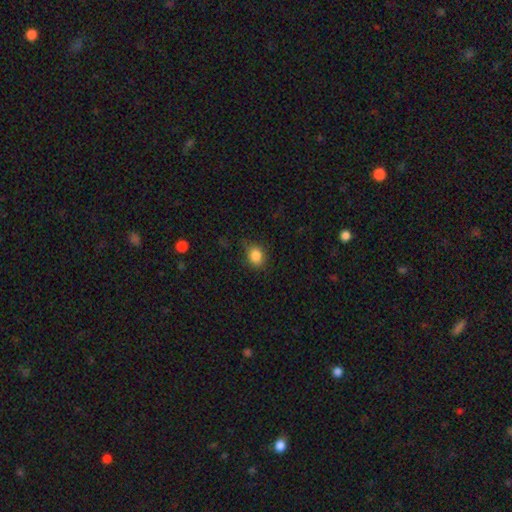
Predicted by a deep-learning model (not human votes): smooth_or_featured: smooth (p=0.85) [alt: star or artifact p=0.10]
how_rounded: in between (p=0.52) [alt: round p=0.47]
merging: none (p=0.74) [alt: minor disturbance p=0.20]